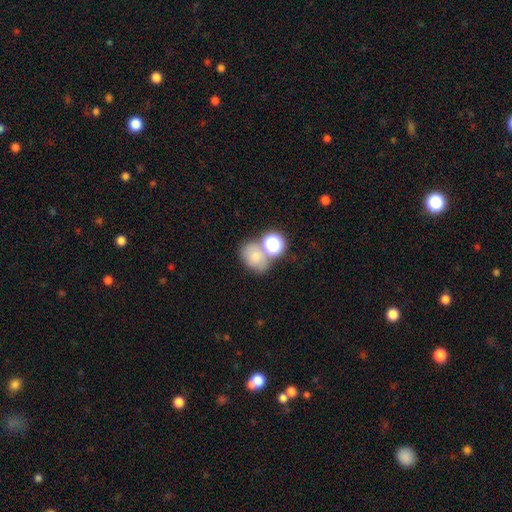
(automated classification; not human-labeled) Smooth or featured? smooth (68%)
How rounded? in between (53%)
Merging? none (46%)